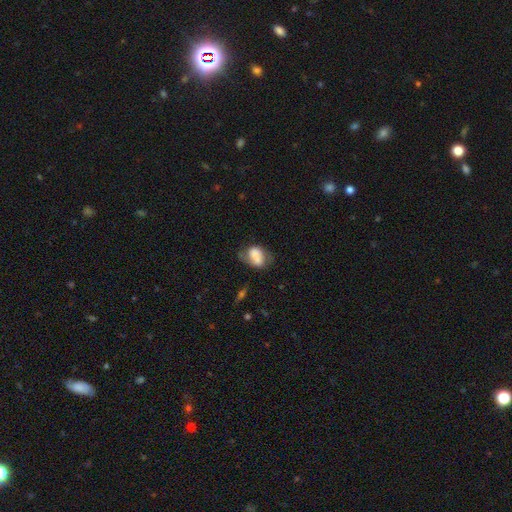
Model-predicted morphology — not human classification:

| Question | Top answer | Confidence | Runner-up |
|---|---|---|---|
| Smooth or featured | smooth | 61% | featured or disk (30%) |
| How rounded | in between | 76% | round (22%) |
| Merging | none | 42% | minor disturbance (31%) |